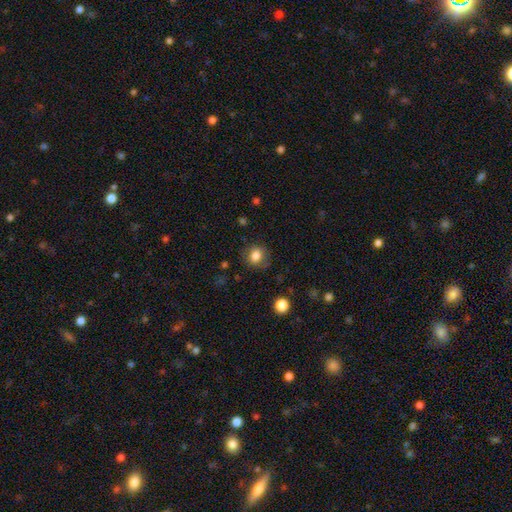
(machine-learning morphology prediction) Q: Smooth or featured?
A: smooth (83%); runner-up: star or artifact (10%)
Q: How rounded?
A: round (72%); runner-up: in between (27%)
Q: Merging?
A: none (79%); runner-up: minor disturbance (14%)